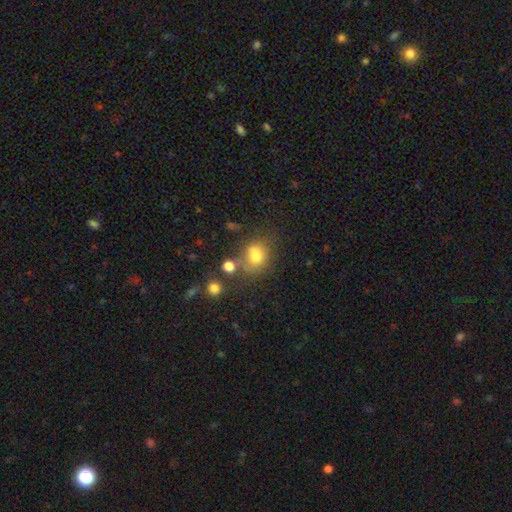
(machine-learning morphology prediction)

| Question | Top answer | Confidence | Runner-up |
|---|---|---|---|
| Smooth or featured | smooth | 71% | star or artifact (15%) |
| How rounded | round | 66% | in between (33%) |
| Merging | none | 49% | merger (25%) |